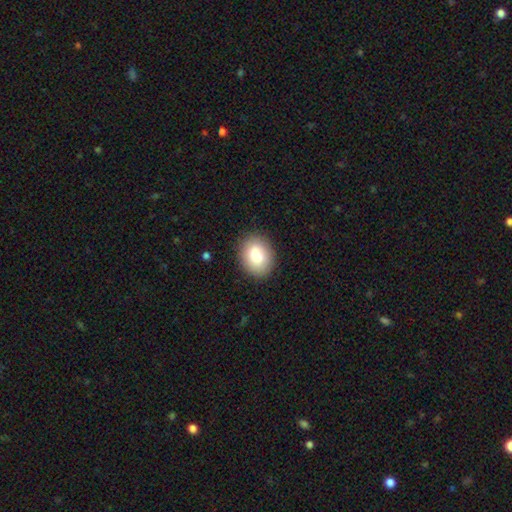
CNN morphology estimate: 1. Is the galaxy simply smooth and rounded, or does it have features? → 81% smooth, 11% featured or disk, 8% star or artifact.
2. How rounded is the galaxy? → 60% in between, 39% round, 1% cigar-shaped.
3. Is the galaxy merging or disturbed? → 88% none, 8% minor disturbance, 2% major disturbance, 1% merger.